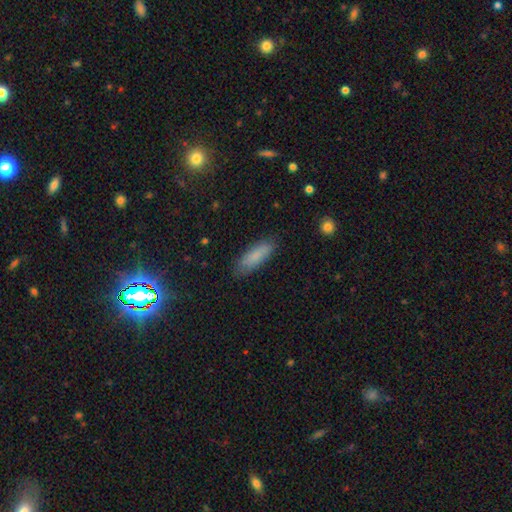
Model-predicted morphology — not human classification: Overall: smooth (83%). How rounded: in between (52%; cigar-shaped 46%). Merging: none (84%).